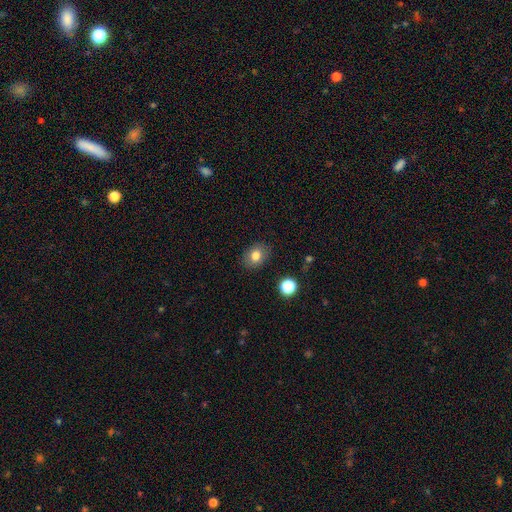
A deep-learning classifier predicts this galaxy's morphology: Smooth or featured?
  - smooth: 80% *
  - star or artifact: 11%
  - featured or disk: 9%
How rounded?
  - in between: 59% *
  - round: 40%
  - cigar-shaped: 1%
Merging?
  - none: 85% *
  - minor disturbance: 10%
  - major disturbance: 3%
  - merger: 2%